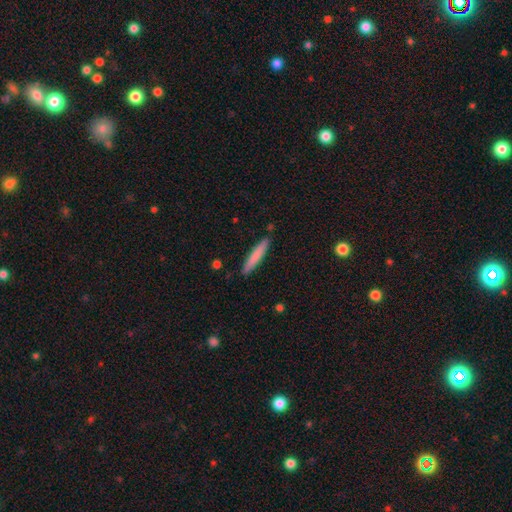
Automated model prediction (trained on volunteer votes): The model was most divided on "smooth or featured": smooth: 77%, featured or disk: 17%, star or artifact: 6%. More confident: how rounded — cigar-shaped (94%); merging — none (89%).